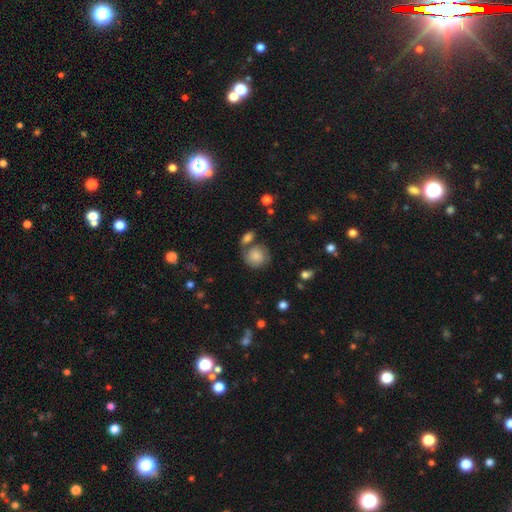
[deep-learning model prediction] A smooth galaxy with no disk features (71%) that is round (81%).

Vote fractions:
- Smooth or featured? smooth: 71% / featured or disk: 20% / star or artifact: 9%
- How rounded? round: 81% / in between: 17% / cigar-shaped: 1%
- Merging? none: 57% / merger: 20% / minor disturbance: 16% / major disturbance: 7%